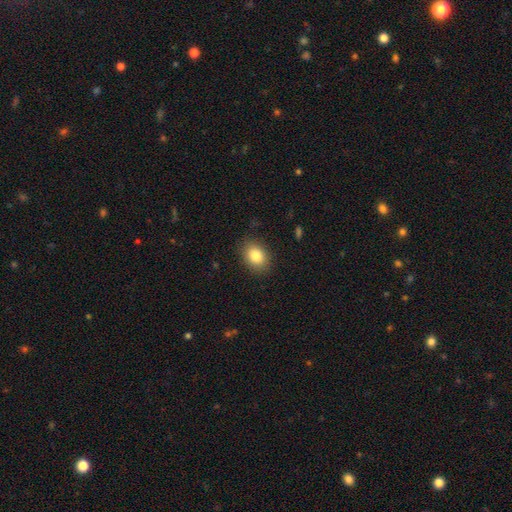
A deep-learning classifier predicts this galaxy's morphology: The model was most divided on "how rounded": in between: 64%, round: 35%, cigar-shaped: 1%. More confident: merging — none (86%); smooth or featured — smooth (83%).